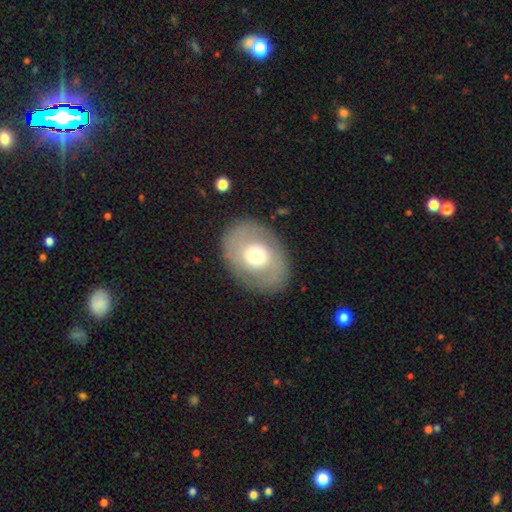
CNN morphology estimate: Smooth or featured: smooth — 54% (featured or disk — 39%)
How rounded: in between — 65% (round — 34%)
Merging: none — 84% (minor disturbance — 10%)